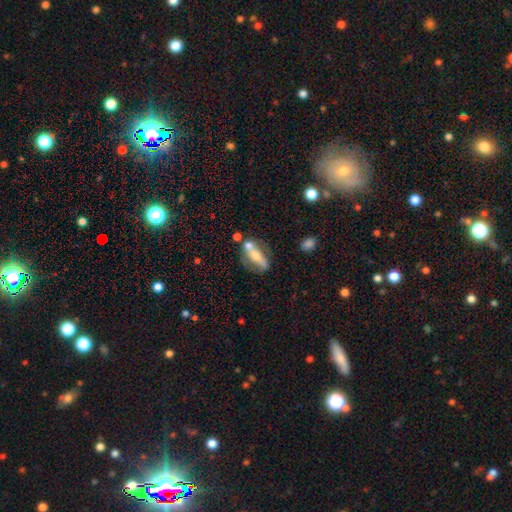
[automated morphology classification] type=featured or disk (53%); edge-on=no (72%); merging=none (47%).